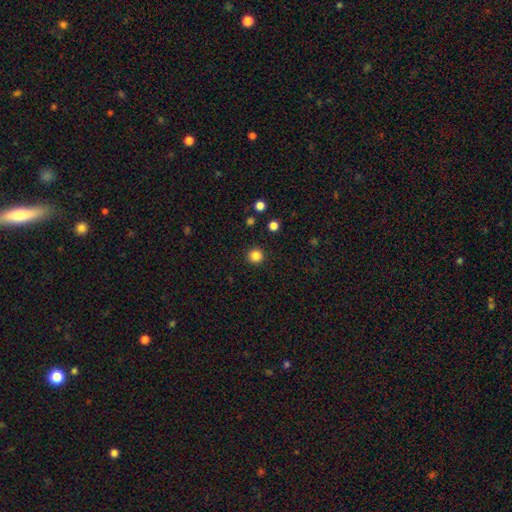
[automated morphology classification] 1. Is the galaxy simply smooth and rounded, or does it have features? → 85% smooth, 12% star or artifact, 3% featured or disk.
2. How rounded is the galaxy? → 95% round, 4% in between, 1% cigar-shaped.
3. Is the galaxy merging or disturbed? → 92% none, 5% minor disturbance, 2% major disturbance, 1% merger.